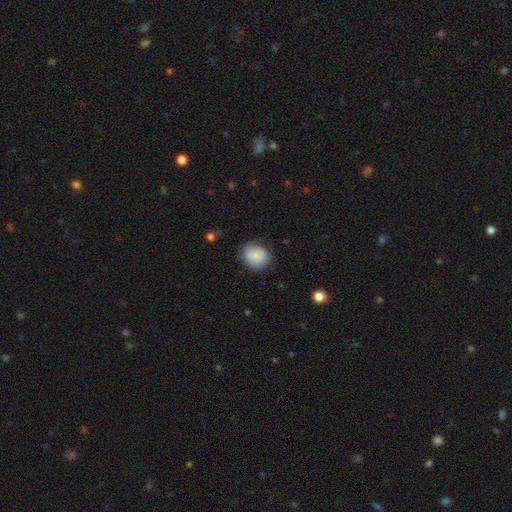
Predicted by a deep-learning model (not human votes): A smooth galaxy with no disk features (81%) that is round (63%).

Vote fractions:
- Smooth or featured? smooth: 81% / featured or disk: 11% / star or artifact: 8%
- How rounded? round: 63% / in between: 36% / cigar-shaped: 1%
- Merging? none: 75% / minor disturbance: 18% / major disturbance: 5% / merger: 1%